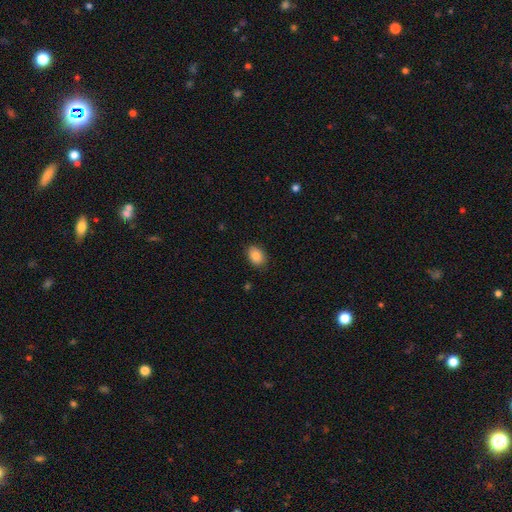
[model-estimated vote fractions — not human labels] Smooth or featured? Predicted: smooth (p=0.87). How rounded? Predicted: in between (p=0.77). Merging? Predicted: none (p=0.85).